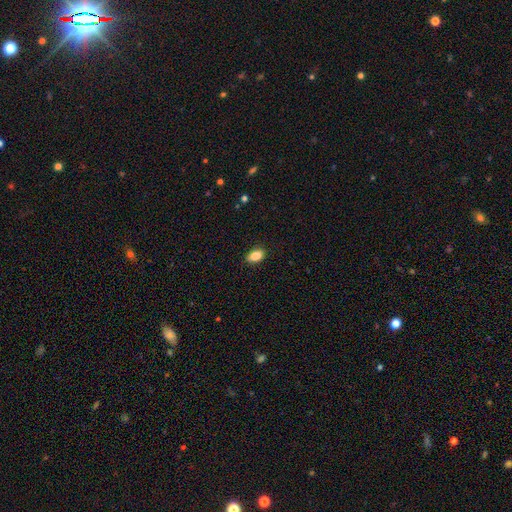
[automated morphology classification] type=smooth (88%); roundness=in between (88%); merging=none (85%).